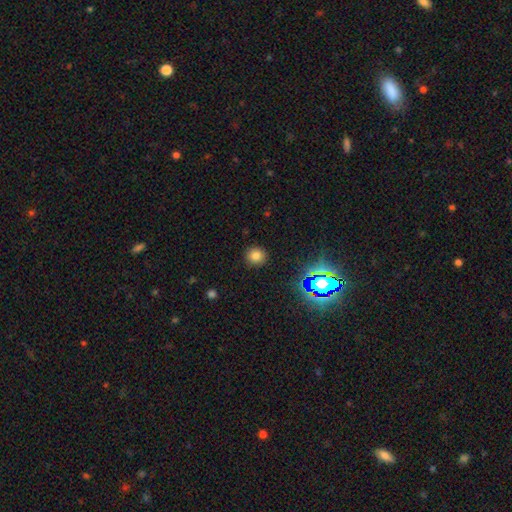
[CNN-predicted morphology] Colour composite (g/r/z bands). It shows a smooth galaxy with no disk features (76%) that is round (89%). Merging: none (90%).